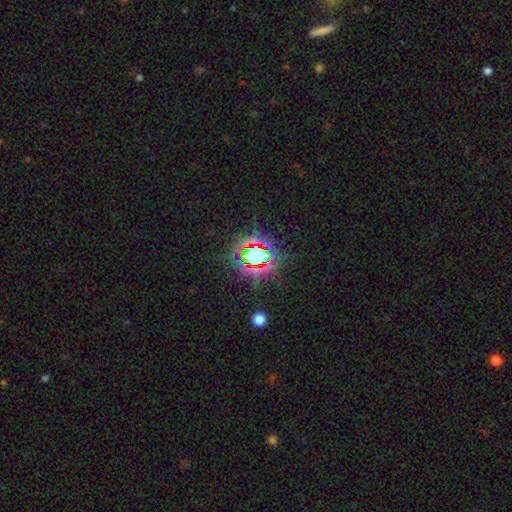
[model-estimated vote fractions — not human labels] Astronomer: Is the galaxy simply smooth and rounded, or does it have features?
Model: star or artifact — 76%.